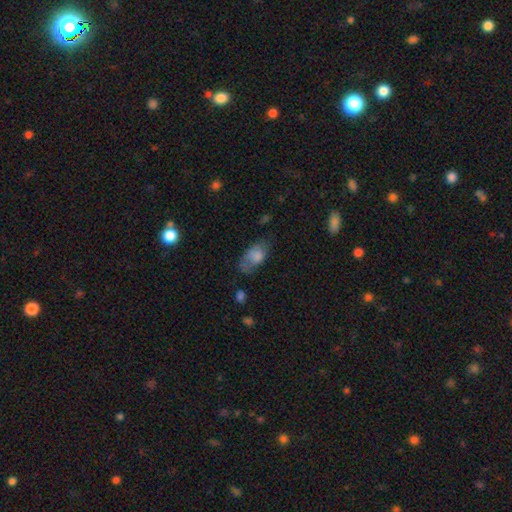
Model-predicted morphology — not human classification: smooth-or-featured: smooth: 74% | featured or disk: 18% | star or artifact: 9%
  how-rounded: in between: 90% | round: 6% | cigar-shaped: 4%
  merging: none: 44% | minor disturbance: 32% | major disturbance: 20% | merger: 4%